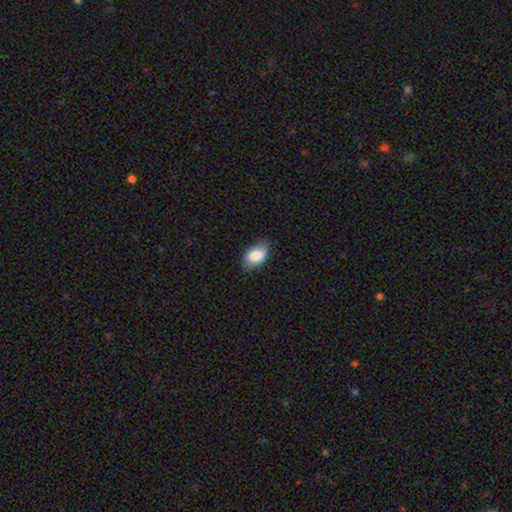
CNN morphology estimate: Smooth or featured? smooth (81%)
How rounded? in between (92%)
Merging? none (74%)